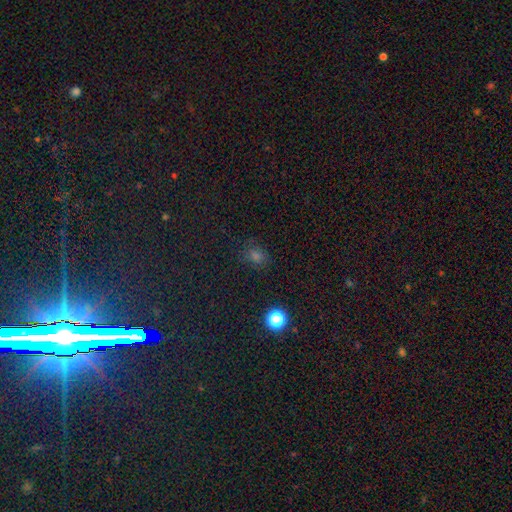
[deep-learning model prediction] smooth-or-featured: smooth: 65% | star or artifact: 29% | featured or disk: 6%
  how-rounded: round: 62% | in between: 37% | cigar-shaped: 1%
  merging: none: 82% | minor disturbance: 13% | major disturbance: 4% | merger: 2%